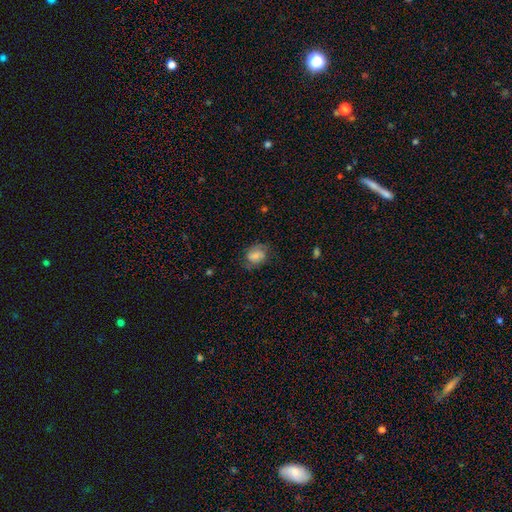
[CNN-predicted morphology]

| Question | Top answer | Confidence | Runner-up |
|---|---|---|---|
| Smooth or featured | smooth | 60% | featured or disk (31%) |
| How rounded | in between | 59% | round (40%) |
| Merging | none | 63% | minor disturbance (25%) |